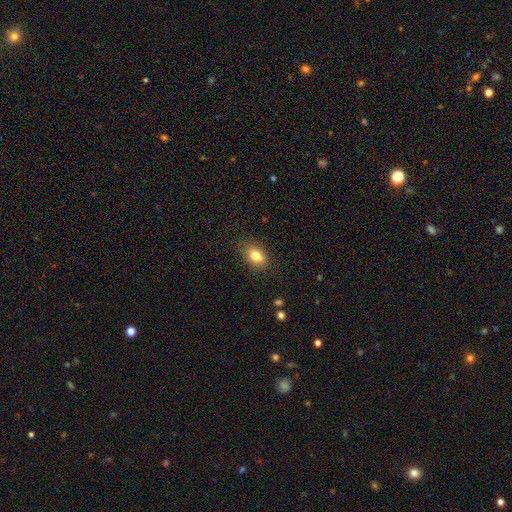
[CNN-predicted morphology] type=smooth (81%); roundness=in between (78%); merging=none (84%).